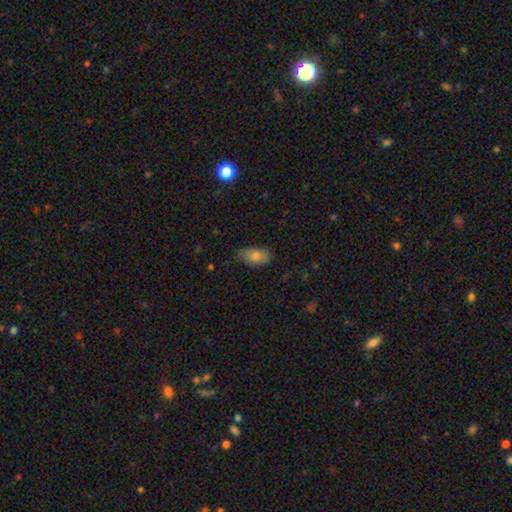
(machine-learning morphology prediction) type=smooth (76%); roundness=in between (89%); merging=none (76%).